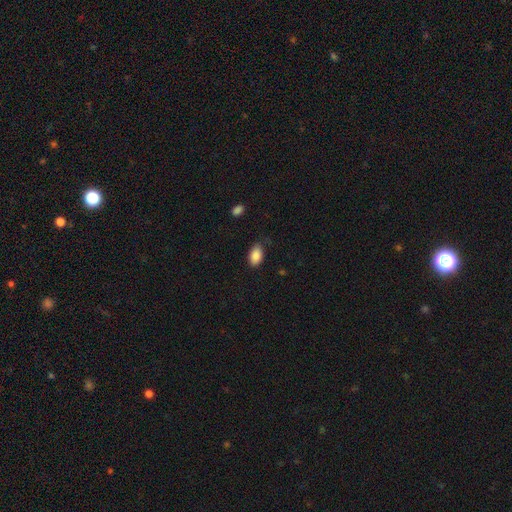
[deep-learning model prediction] Overall: smooth (88%). How rounded: in between (92%). Merging: none (76%).